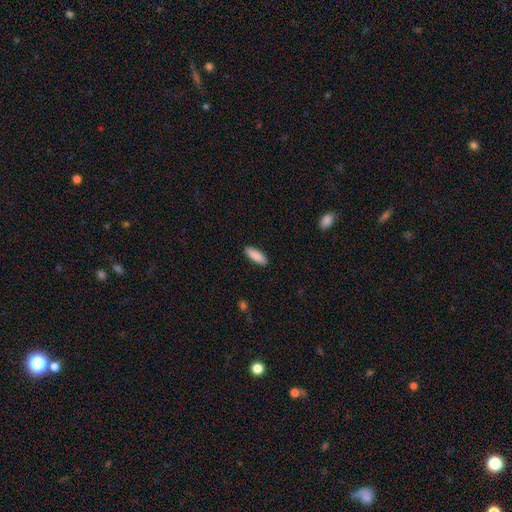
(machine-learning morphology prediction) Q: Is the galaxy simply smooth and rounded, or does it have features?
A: smooth — 89%.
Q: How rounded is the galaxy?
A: in between — 64%.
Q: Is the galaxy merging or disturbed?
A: none — 89%.